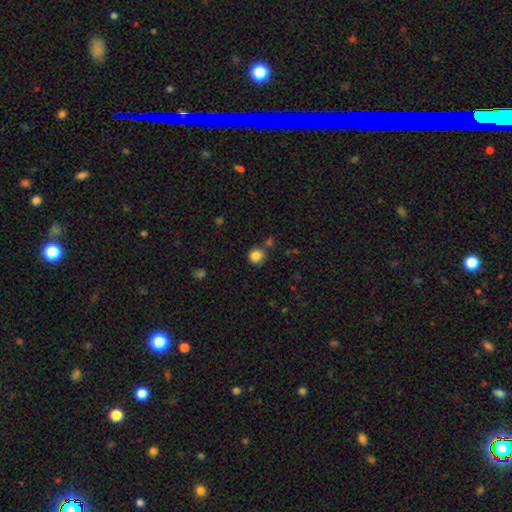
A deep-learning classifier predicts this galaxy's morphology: A smooth galaxy with no disk features (85%) that is round (91%).

Vote fractions:
- Smooth or featured? smooth: 85% / star or artifact: 11% / featured or disk: 4%
- How rounded? round: 91% / in between: 8% / cigar-shaped: 1%
- Merging? none: 78% / minor disturbance: 11% / merger: 8% / major disturbance: 3%